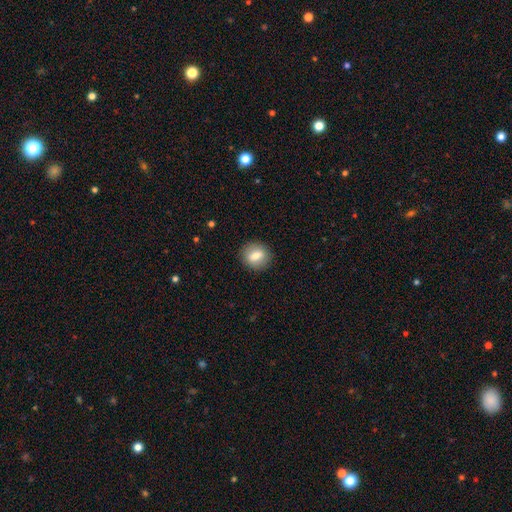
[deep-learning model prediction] This is likely a smooth galaxy (75%). How rounded: likely round (72%). Merging: clearly none (89%).